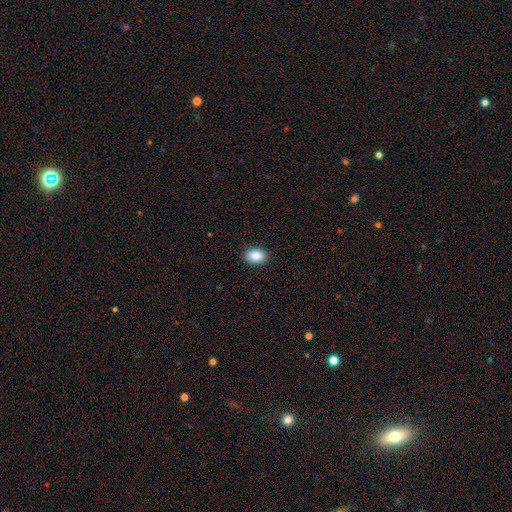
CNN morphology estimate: smooth 88%, star or artifact 8%, featured or disk 4%. Down the decision tree: how rounded — in between (79%); merging — none (90%).